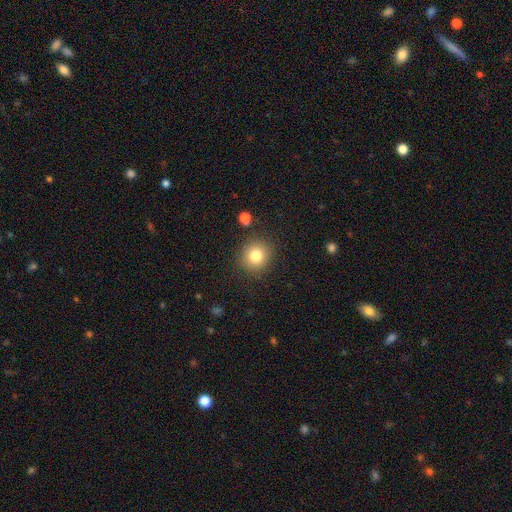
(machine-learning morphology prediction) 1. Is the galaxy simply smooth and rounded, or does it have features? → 80% smooth, 11% star or artifact, 8% featured or disk.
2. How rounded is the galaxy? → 88% round, 11% in between, 1% cigar-shaped.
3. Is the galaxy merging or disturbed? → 87% none, 8% minor disturbance, 3% major disturbance, 2% merger.